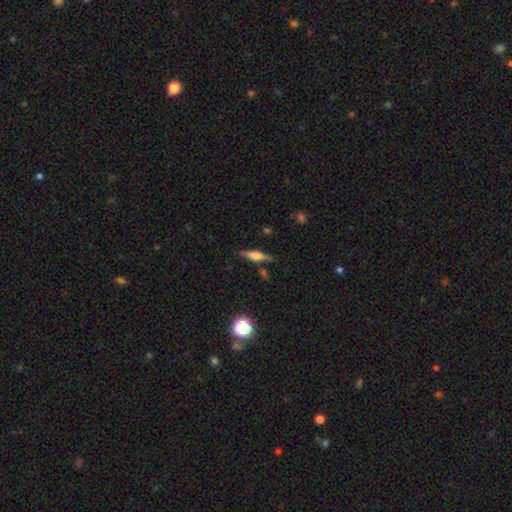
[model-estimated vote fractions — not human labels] A featured or disk galaxy (57%) viewed edge-on (95%) with a rounded central bulge (68%).

Vote fractions:
- Smooth or featured? featured or disk: 57% / smooth: 34% / star or artifact: 8%
- Edge-on disk? yes: 95% / no: 5%
- Edge-on bulge? rounded: 68% / boxy: 28% / none: 5%
- Merging? none: 81% / minor disturbance: 13% / major disturbance: 3% / merger: 2%